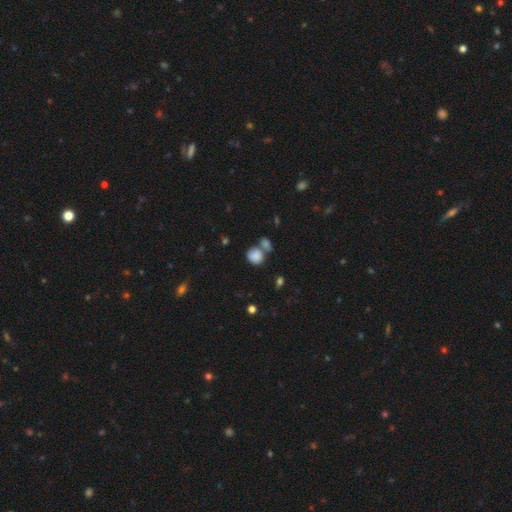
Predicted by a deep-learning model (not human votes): Smooth or featured? Predicted: smooth (p=0.82). How rounded? Predicted: round (p=0.74). Merging? Predicted: none (p=0.43).